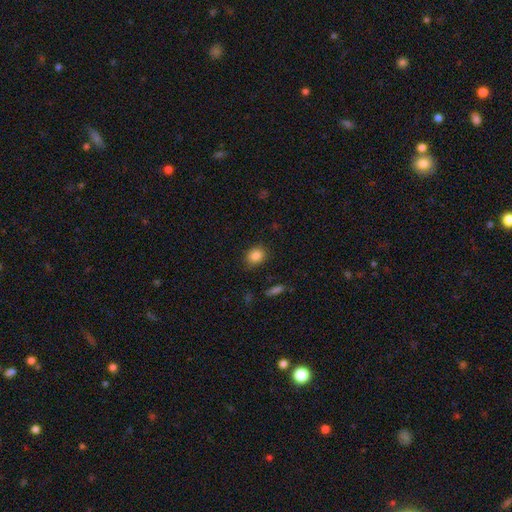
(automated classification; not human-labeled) The model was most divided on "how rounded": round: 54%, in between: 45%, cigar-shaped: 1%. More confident: smooth or featured — smooth (85%); merging — none (83%).